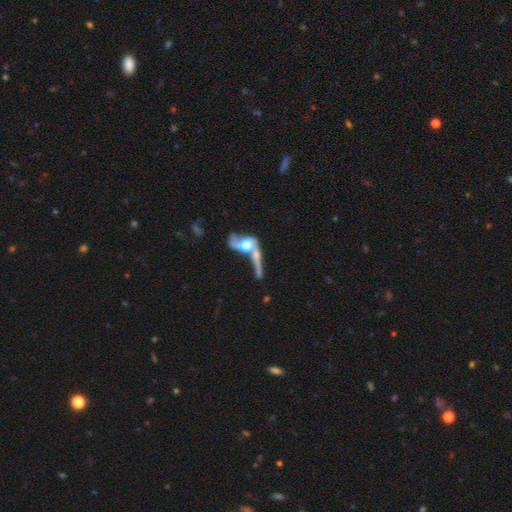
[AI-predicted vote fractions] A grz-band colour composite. It shows a featured or disk galaxy (60%). Merging: merger (60%).